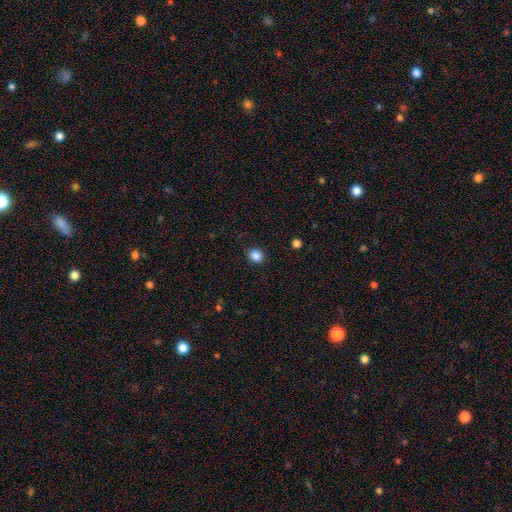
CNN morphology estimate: Smooth or featured? Predicted: smooth (p=0.86). How rounded? Predicted: round (p=0.71). Merging? Predicted: none (p=0.89).